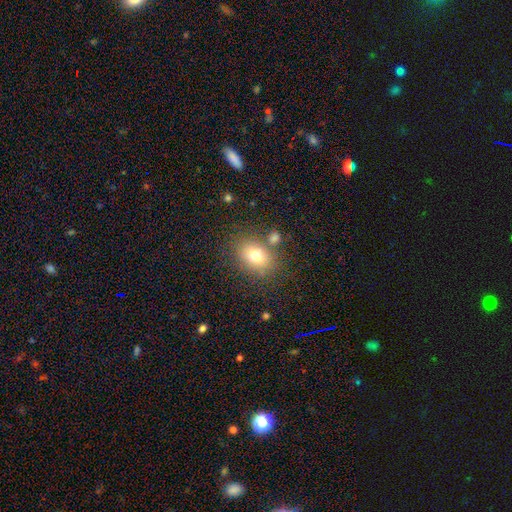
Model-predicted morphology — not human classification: A smooth galaxy with no disk features (74%) that is in between round and cigar-shaped (57%). Merging: none (72%).